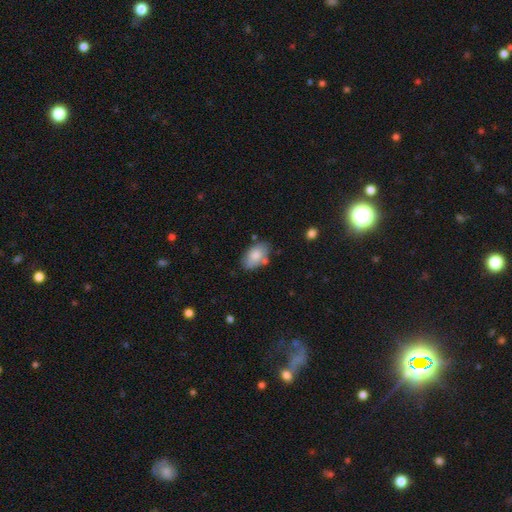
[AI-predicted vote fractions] A smooth galaxy with no disk features (79%) that is in between round and cigar-shaped (92%). Merging: none (69%).